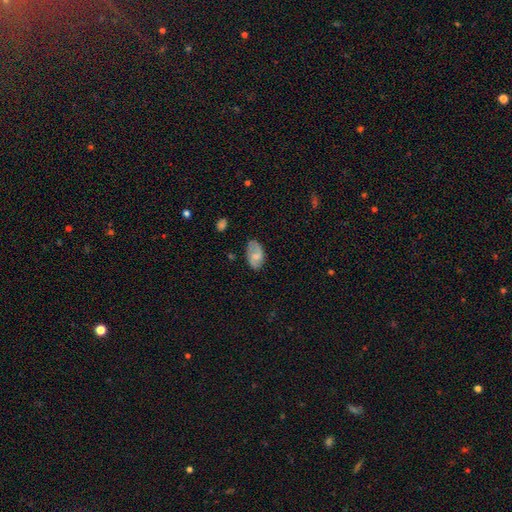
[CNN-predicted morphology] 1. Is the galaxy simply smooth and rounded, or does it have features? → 54% smooth, 38% featured or disk, 7% star or artifact.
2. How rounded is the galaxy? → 92% in between, 6% round, 2% cigar-shaped.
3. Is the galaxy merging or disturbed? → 72% none, 22% minor disturbance, 5% major disturbance, 2% merger.